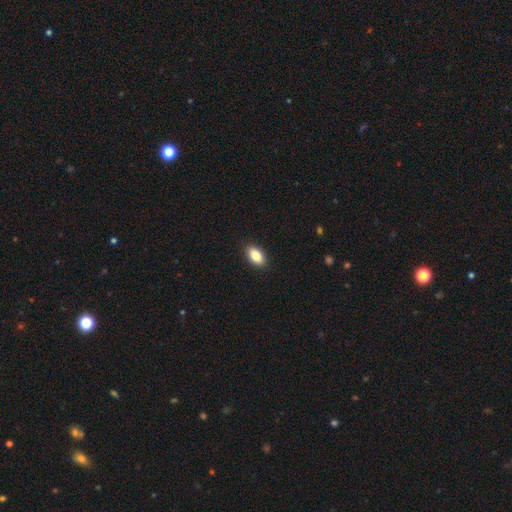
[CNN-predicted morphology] Smooth or featured: smooth — 86% (star or artifact — 7%)
How rounded: in between — 92% (round — 5%)
Merging: none — 90% (minor disturbance — 7%)